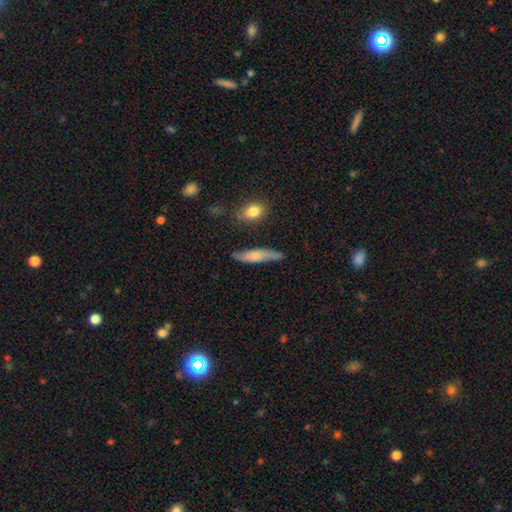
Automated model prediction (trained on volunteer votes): This appears to be a smooth galaxy with no disk features (58%) that is cigar-shaped (75%). Merging: none (73%).